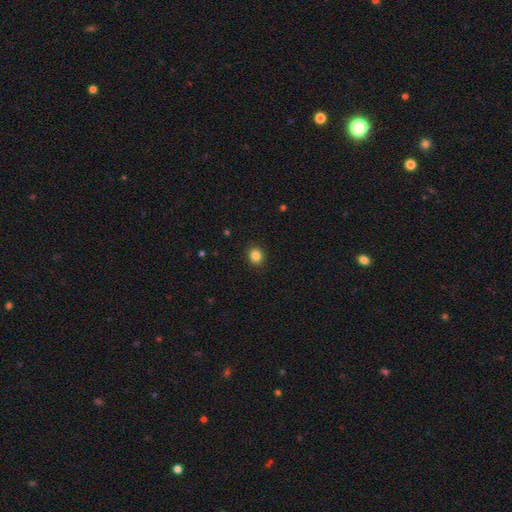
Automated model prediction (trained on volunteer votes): Smooth or featured: smooth — 85% (star or artifact — 11%)
How rounded: round — 77% (in between — 22%)
Merging: none — 91% (minor disturbance — 7%)